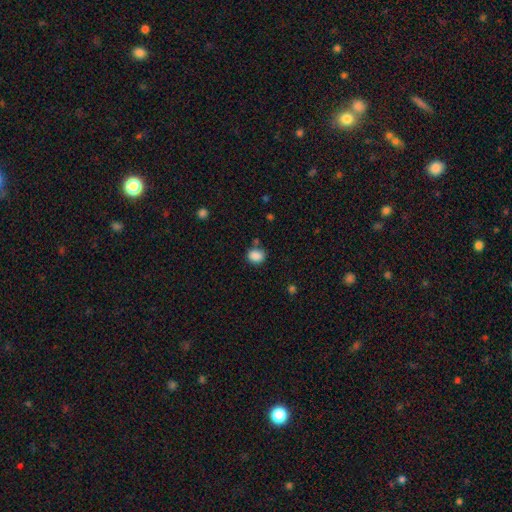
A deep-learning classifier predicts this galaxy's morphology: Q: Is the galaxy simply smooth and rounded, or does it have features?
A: smooth — 87%.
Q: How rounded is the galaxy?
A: in between — 54%.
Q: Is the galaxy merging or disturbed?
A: none — 72%.